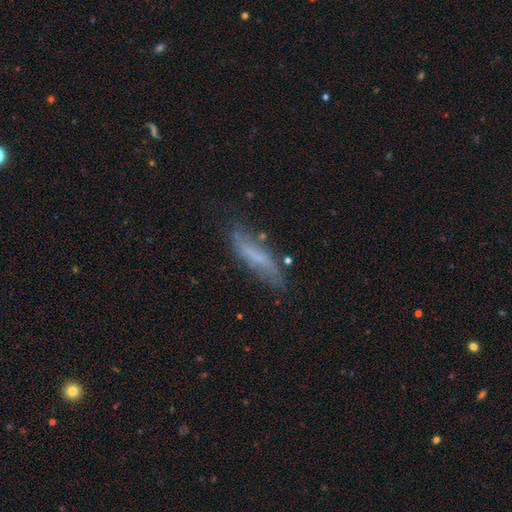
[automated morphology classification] smooth-or-featured: smooth: 52% | featured or disk: 39% | star or artifact: 9%
  how-rounded: cigar-shaped: 76% | in between: 22% | round: 2%
  merging: none: 61% | minor disturbance: 26% | major disturbance: 9% | merger: 4%